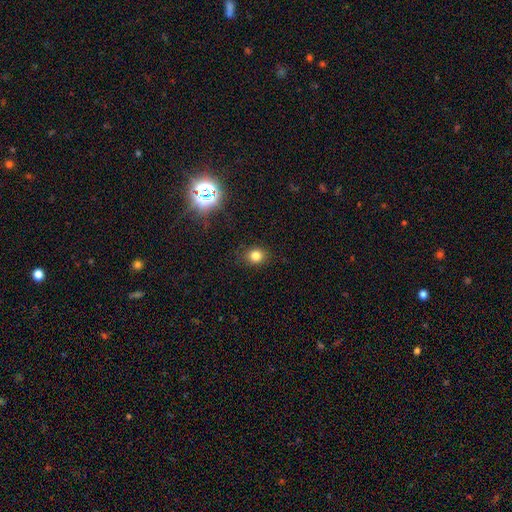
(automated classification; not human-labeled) smooth-or-featured: smooth: 79% | star or artifact: 16% | featured or disk: 6%
  how-rounded: round: 68% | in between: 31% | cigar-shaped: 1%
  merging: none: 86% | minor disturbance: 10% | major disturbance: 3% | merger: 1%